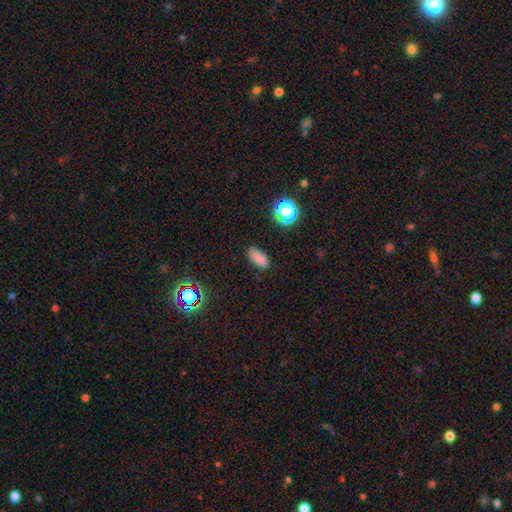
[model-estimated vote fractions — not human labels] Overall: smooth (79%). How rounded: in between (81%). Merging: none (85%).